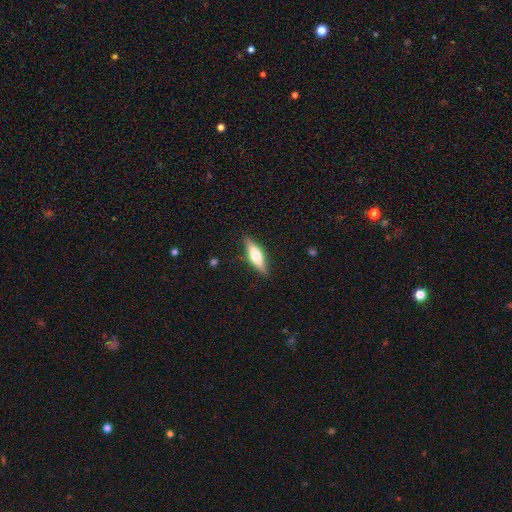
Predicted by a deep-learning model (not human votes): smooth-or-featured: featured or disk: 47% (tied) | smooth: 47% (tied) | star or artifact: 6%
  merging: none: 86% | minor disturbance: 11% | major disturbance: 2% | merger: 1%